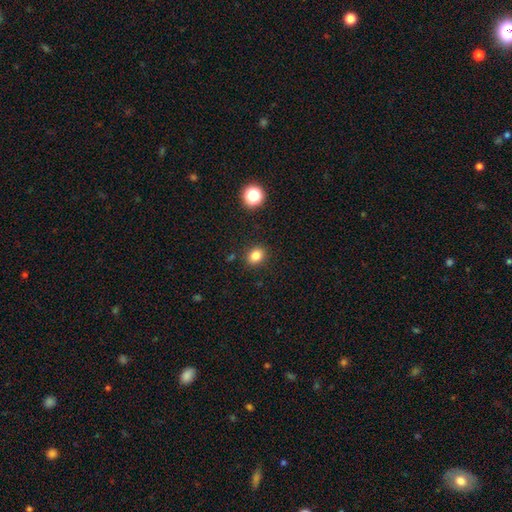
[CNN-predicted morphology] The model was most divided on "how rounded": round: 50%, in between: 49%, cigar-shaped: 1%. More confident: merging — none (88%); smooth or featured — smooth (82%).